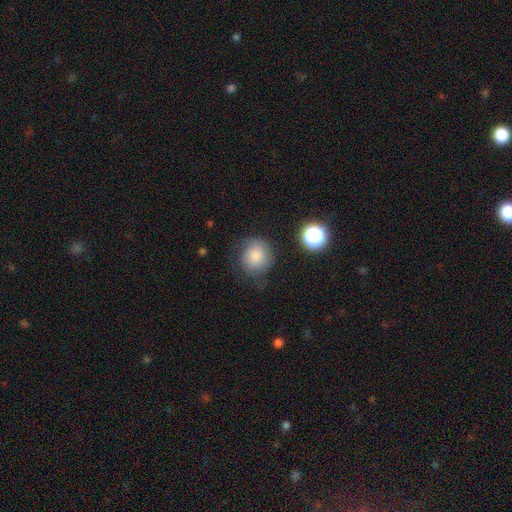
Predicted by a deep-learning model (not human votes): Smooth or featured? smooth (80%)
How rounded? round (87%)
Merging? none (70%)